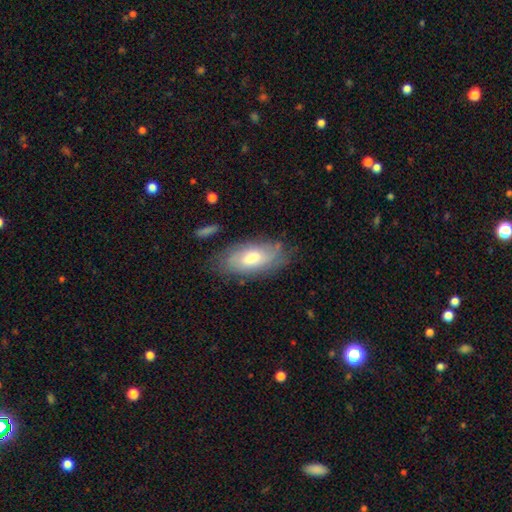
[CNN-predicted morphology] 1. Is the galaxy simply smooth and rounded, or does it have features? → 62% smooth, 31% featured or disk, 6% star or artifact.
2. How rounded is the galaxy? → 89% in between, 8% cigar-shaped, 3% round.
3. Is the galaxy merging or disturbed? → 70% none, 20% minor disturbance, 7% major disturbance, 3% merger.